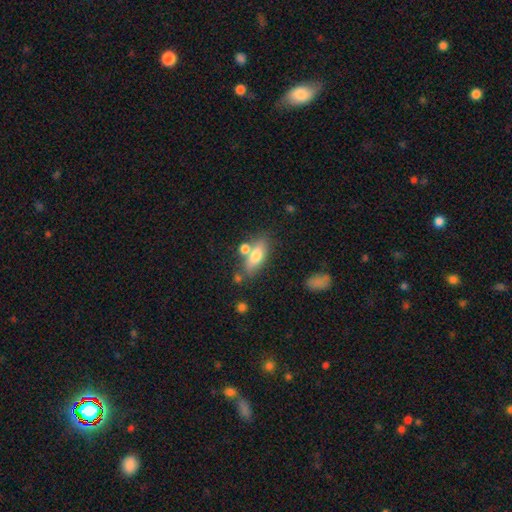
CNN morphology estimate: This appears to be a smooth galaxy with no disk features (69%) that is in between round and cigar-shaped (72%). Merging: none (60%).